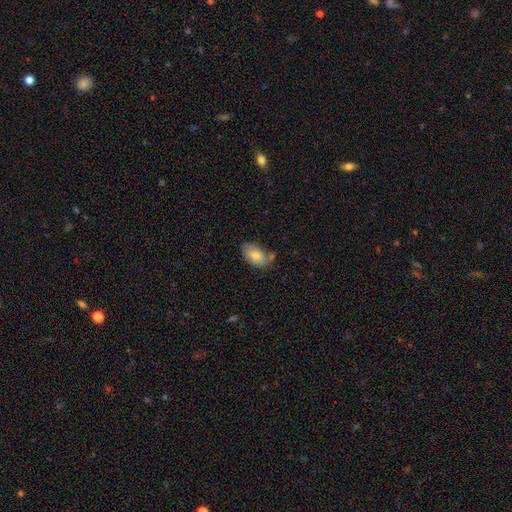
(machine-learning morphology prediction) Smooth or featured? smooth (79%)
How rounded? in between (92%)
Merging? none (60%)